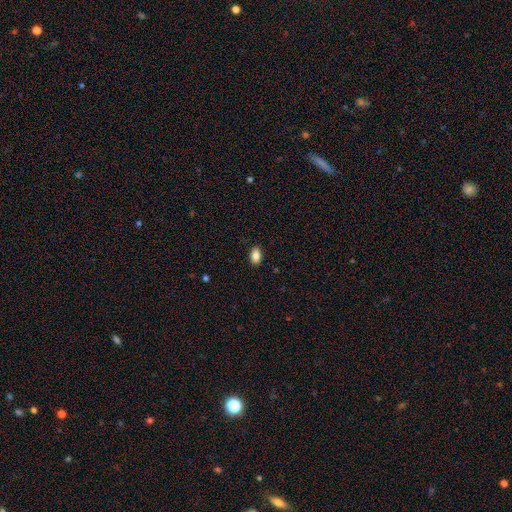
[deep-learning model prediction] Overall: smooth (85%). How rounded: in between (88%). Merging: none (89%).